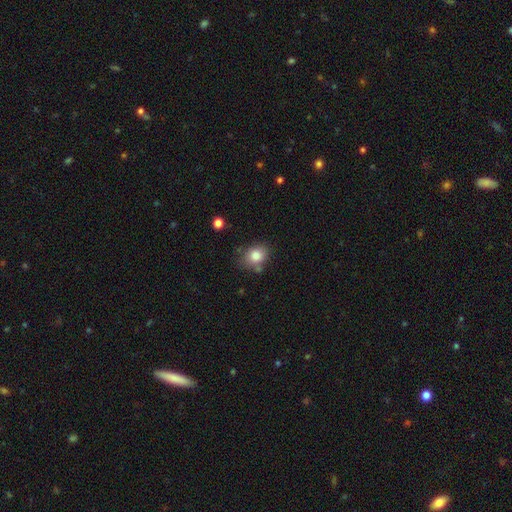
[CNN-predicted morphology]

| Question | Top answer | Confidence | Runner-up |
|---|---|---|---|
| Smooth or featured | smooth | 83% | star or artifact (9%) |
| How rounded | in between | 51% | round (48%) |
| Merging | none | 68% | minor disturbance (20%) |